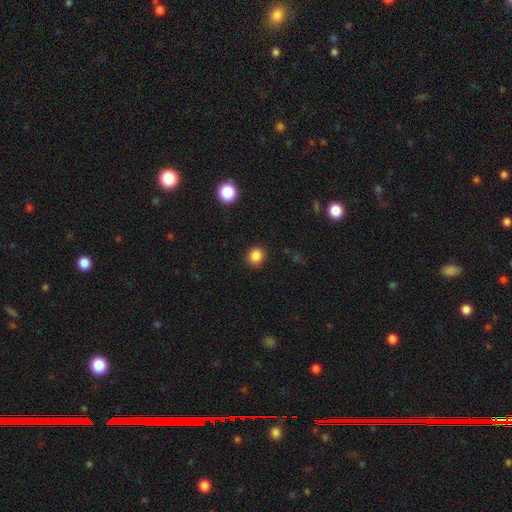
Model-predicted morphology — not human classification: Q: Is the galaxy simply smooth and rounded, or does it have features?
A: smooth — 86%.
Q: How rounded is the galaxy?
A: round — 87%.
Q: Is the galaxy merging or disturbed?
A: none — 90%.